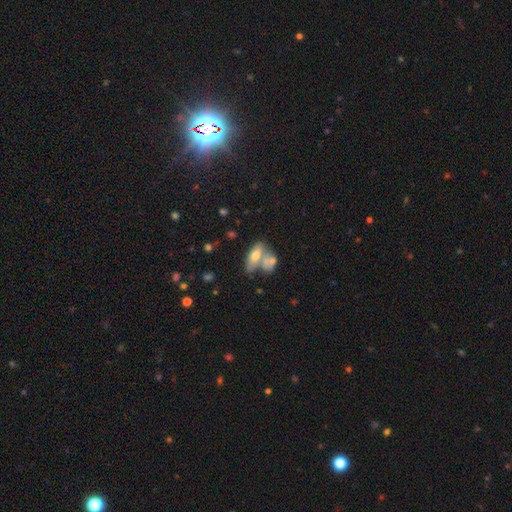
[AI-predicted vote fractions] Overall: smooth (47%; featured or disk 39%). Merging: merger (50%; none 34%).